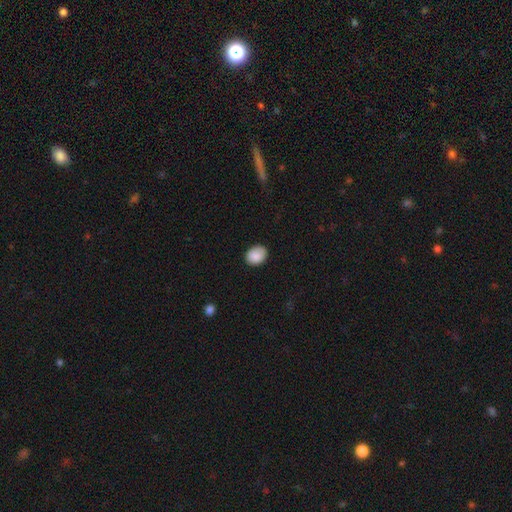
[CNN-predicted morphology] Smooth or featured?
  - smooth: 88% *
  - star or artifact: 7%
  - featured or disk: 5%
How rounded?
  - in between: 53% *
  - round: 46%
  - cigar-shaped: 1%
Merging?
  - none: 79% *
  - minor disturbance: 17%
  - major disturbance: 3%
  - merger: 1%